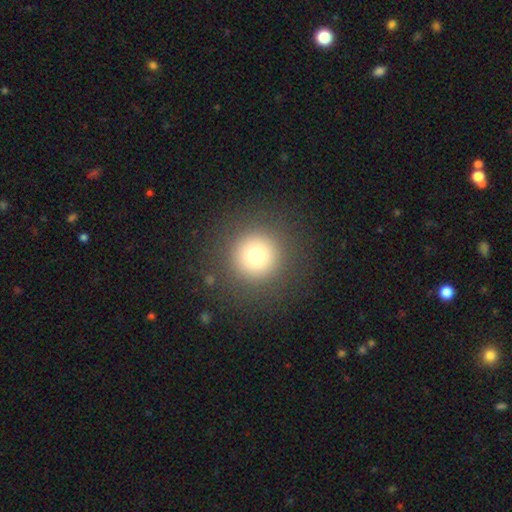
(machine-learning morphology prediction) type=smooth (76%); roundness=round (96%); merging=none (90%).